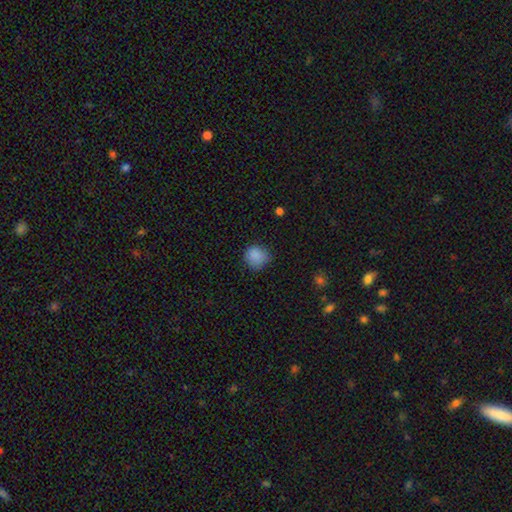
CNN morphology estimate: A smooth galaxy with no disk features (86%) that is round (85%).

Vote fractions:
- Smooth or featured? smooth: 86% / star or artifact: 10% / featured or disk: 4%
- How rounded? round: 85% / in between: 14% / cigar-shaped: 1%
- Merging? none: 71% / minor disturbance: 23% / major disturbance: 5% / merger: 1%